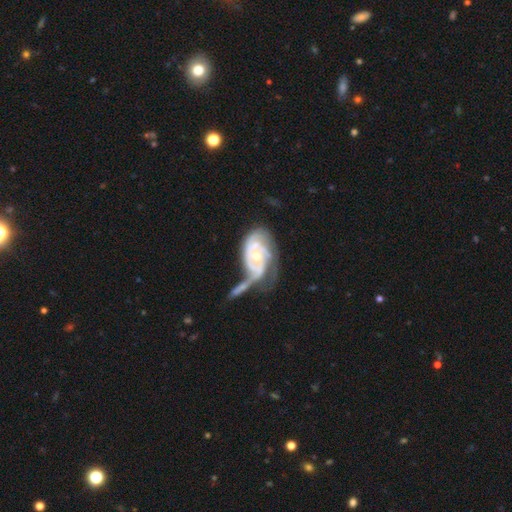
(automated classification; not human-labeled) smooth-or-featured: featured or disk: 87% | smooth: 9% | star or artifact: 5%
  disk-edge-on: no: 96% | yes: 4%
    bar: no: 68% | weak: 25% | strong: 7%
    has-spiral-arms: yes: 93% | no: 7%
      spiral-winding: tight: 61% | medium: 29% | loose: 10%
      spiral-arm-count: 2: 46% | can't tell: 24% | 3: 15% | 1: 9% | 4: 4% | more than 4: 3%
    bulge-size: moderate: 62% | small: 33% | large: 3% | none: 1% | dominant: 1%
  merging: major disturbance: 28% | merger: 27% | none: 25% | minor disturbance: 19%